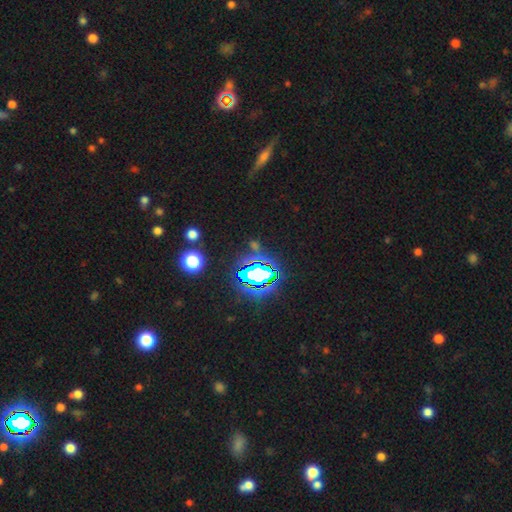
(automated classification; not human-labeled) A star or artifact, not a galaxy (77%).